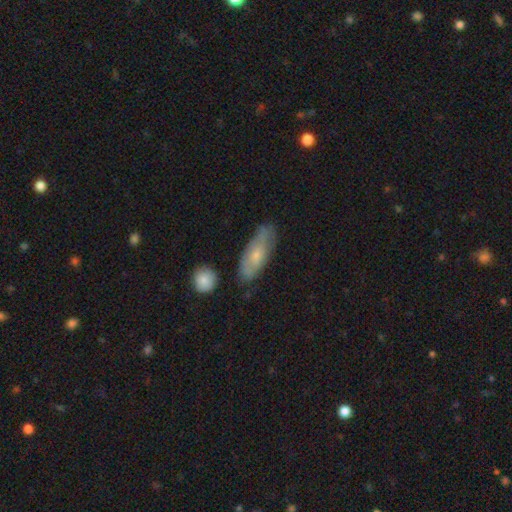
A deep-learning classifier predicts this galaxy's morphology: A smooth galaxy with no disk features (59%) that is in between round and cigar-shaped (70%). Merging: none (66%).